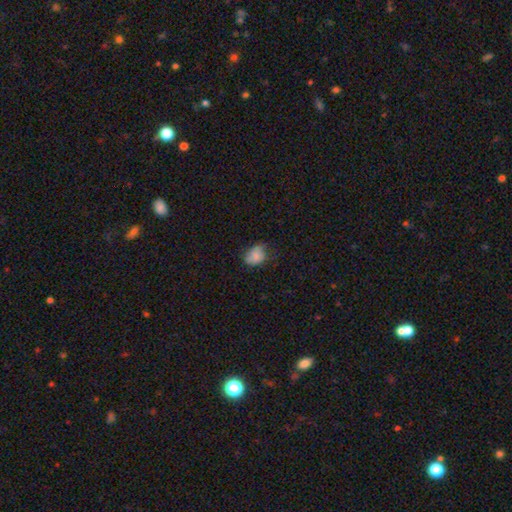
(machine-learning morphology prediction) Smooth or featured? Predicted: smooth (p=0.79). How rounded? Predicted: in between (p=0.67). Merging? Predicted: none (p=0.52).